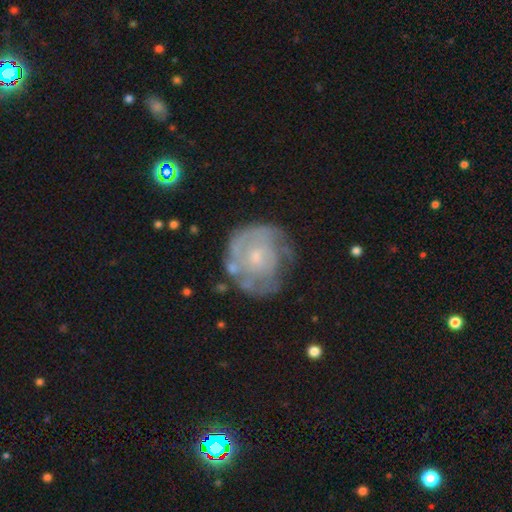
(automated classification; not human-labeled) A featured or disk galaxy (71%) with no bar (78%), spiral arms (72%) and a small central bulge (57%). Merging: none (62%).